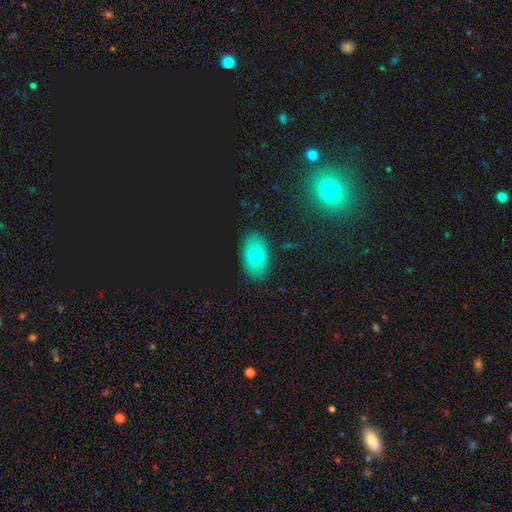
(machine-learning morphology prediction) Overall: smooth (71%). How rounded: in between (88%). Merging: none (88%).